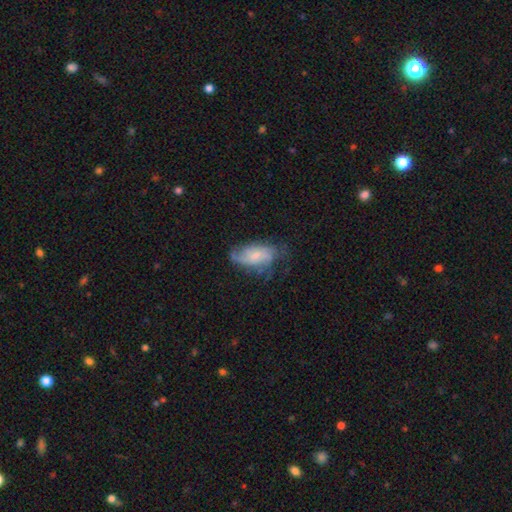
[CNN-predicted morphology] Smooth or featured? Predicted: featured or disk (p=0.61). Edge-on disk? Predicted: no (p=0.95). Bar? Predicted: no (p=0.62). Spiral arms? Predicted: yes (p=0.86). Bulge size? Predicted: small (p=0.58). Merging? Predicted: none (p=0.53).